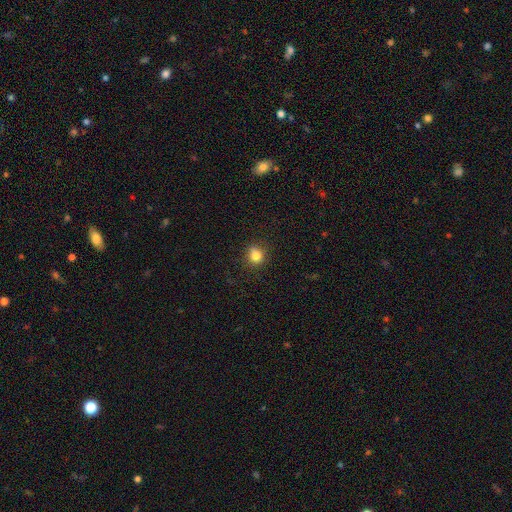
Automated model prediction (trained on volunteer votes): This appears to be a smooth galaxy with no disk features (81%) that is round (77%). Merging: none (81%).